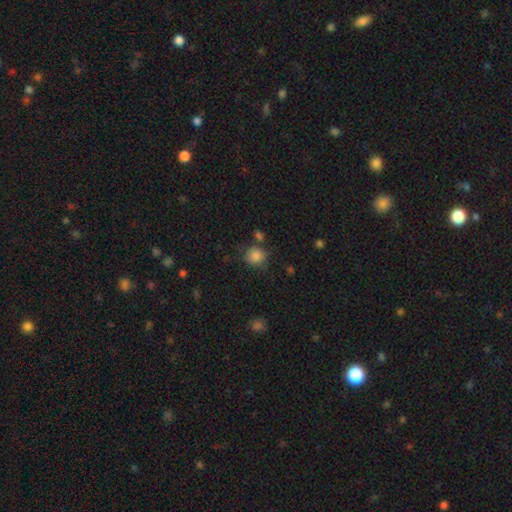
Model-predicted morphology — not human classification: smooth-or-featured: smooth: 85% | star or artifact: 10% | featured or disk: 5%
  how-rounded: round: 85% | in between: 14% | cigar-shaped: 1%
  merging: none: 71% | minor disturbance: 16% | merger: 8% | major disturbance: 5%